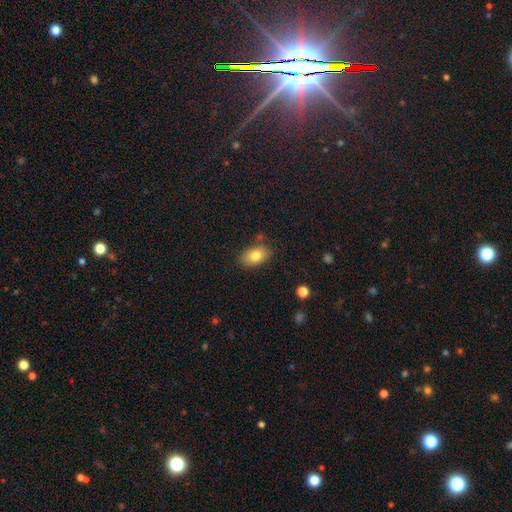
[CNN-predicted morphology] Smooth or featured? smooth (80%)
How rounded? in between (87%)
Merging? none (82%)